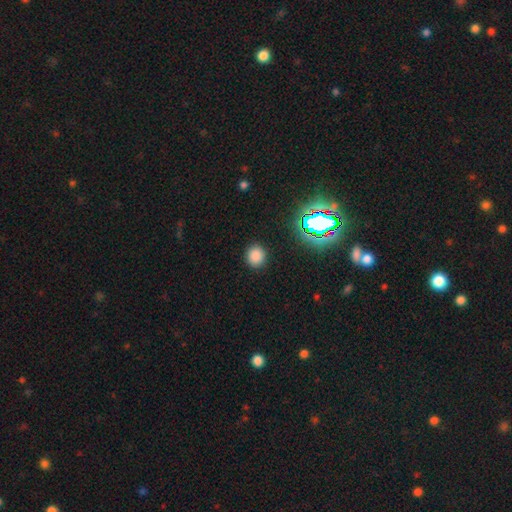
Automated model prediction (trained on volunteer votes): Smooth or featured: smooth — 80% (star or artifact — 16%)
How rounded: round — 86% (in between — 13%)
Merging: none — 90% (minor disturbance — 6%)